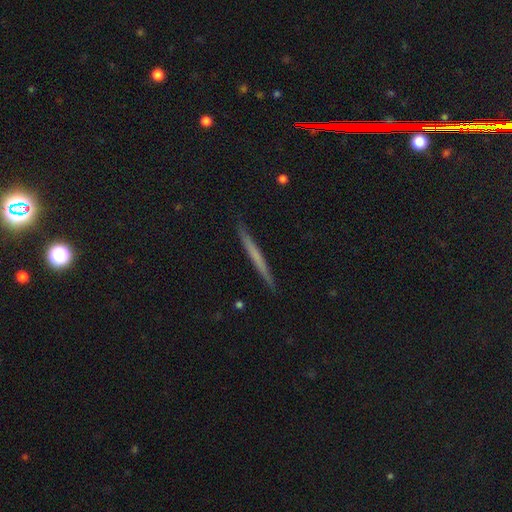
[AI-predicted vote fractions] This appears to be a smooth galaxy with no disk features (49%). Merging: none (91%).